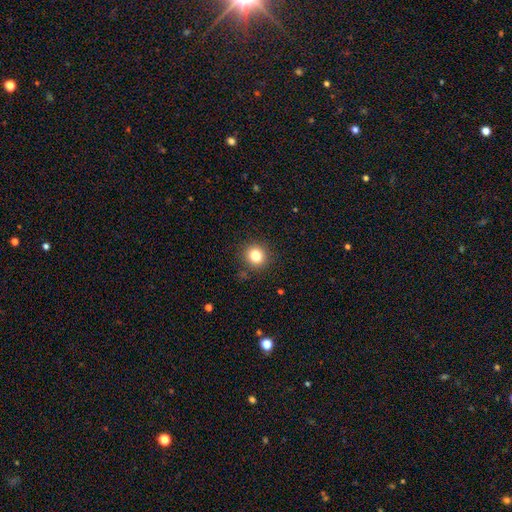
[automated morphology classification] Smooth or featured?
  - smooth: 82% *
  - star or artifact: 12%
  - featured or disk: 6%
How rounded?
  - round: 88% *
  - in between: 12%
  - cigar-shaped: 1%
Merging?
  - none: 89% *
  - minor disturbance: 7%
  - major disturbance: 3%
  - merger: 1%